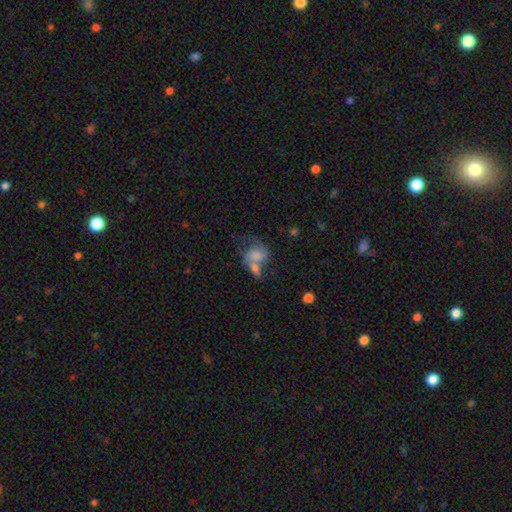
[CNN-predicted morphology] This appears to be a smooth galaxy with no disk features (45%). Merging: merger (47%).